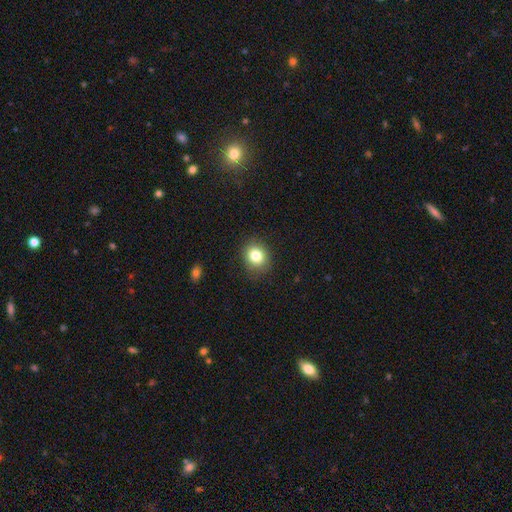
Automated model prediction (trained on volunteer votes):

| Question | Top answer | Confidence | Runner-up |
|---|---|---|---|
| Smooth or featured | smooth | 82% | star or artifact (11%) |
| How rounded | round | 69% | in between (30%) |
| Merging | none | 87% | minor disturbance (9%) |